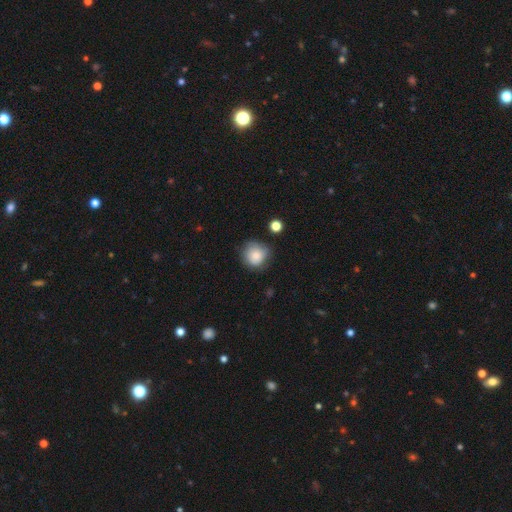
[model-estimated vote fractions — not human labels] Morphology: type=smooth (80%); roundness=round (89%); merging=none (68%).